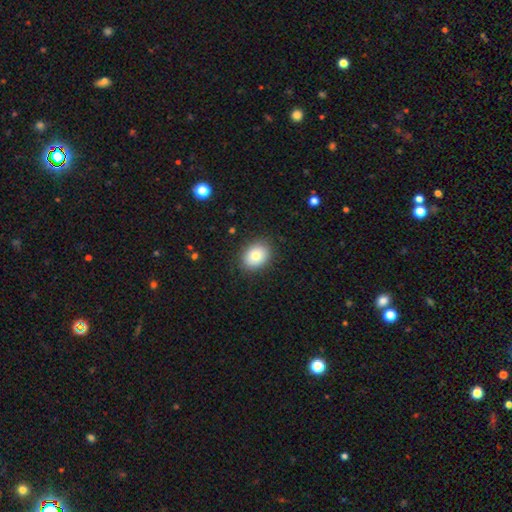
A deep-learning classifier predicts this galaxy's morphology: smooth_or_featured: smooth (p=0.78) [alt: featured or disk p=0.13]
how_rounded: in between (p=0.54) [alt: round p=0.45]
merging: none (p=0.87) [alt: minor disturbance p=0.09]